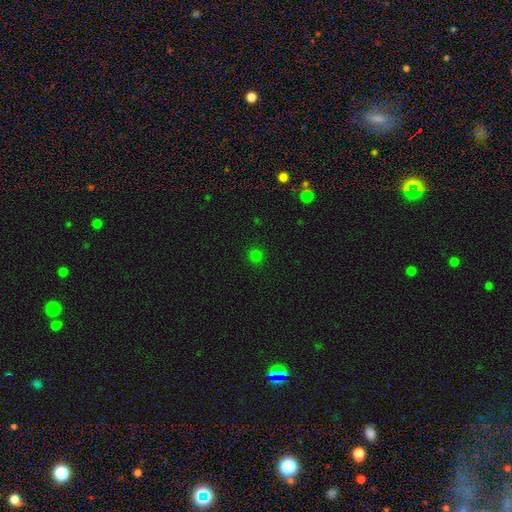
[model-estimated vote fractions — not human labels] Smooth or featured?
  - smooth: 77% *
  - star or artifact: 20%
  - featured or disk: 4%
How rounded?
  - round: 93% *
  - in between: 6%
  - cigar-shaped: 1%
Merging?
  - none: 91% *
  - minor disturbance: 6%
  - major disturbance: 2%
  - merger: 1%